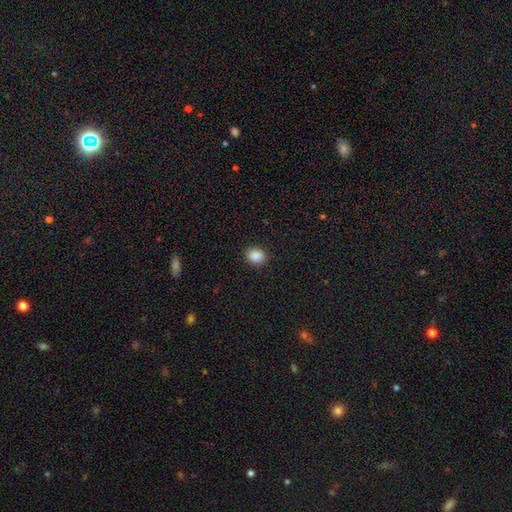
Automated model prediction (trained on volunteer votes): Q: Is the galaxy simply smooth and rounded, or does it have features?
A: smooth — 88%.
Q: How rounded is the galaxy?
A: in between — 50%, tied with round.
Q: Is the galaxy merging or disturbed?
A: none — 90%.